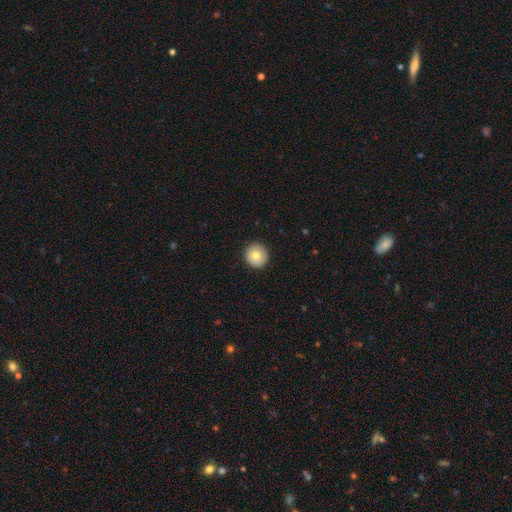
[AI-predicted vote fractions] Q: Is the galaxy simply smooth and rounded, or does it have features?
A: smooth — 75%.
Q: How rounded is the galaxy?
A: round — 96%.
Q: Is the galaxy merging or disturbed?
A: none — 92%.